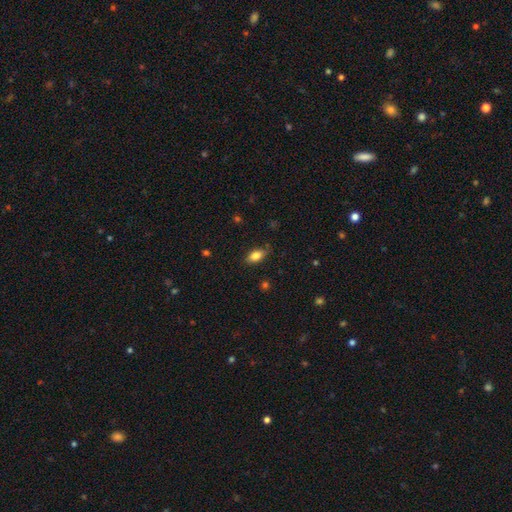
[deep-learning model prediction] Smooth or featured? smooth (83%)
How rounded? in between (88%)
Merging? none (80%)